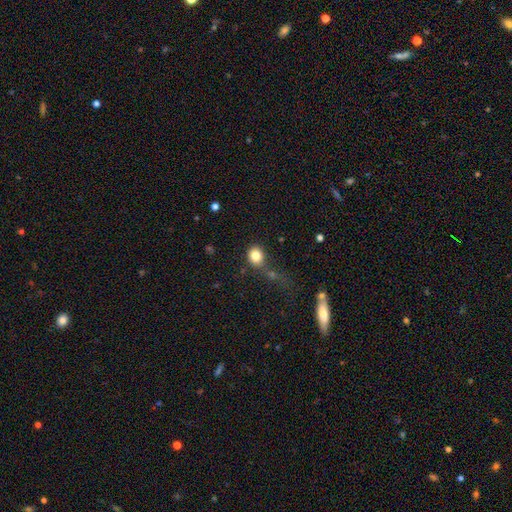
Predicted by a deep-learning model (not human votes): The model was most divided on "how rounded": round: 71%, in between: 28%, cigar-shaped: 1%. More confident: smooth or featured — smooth (82%); merging — none (64%).